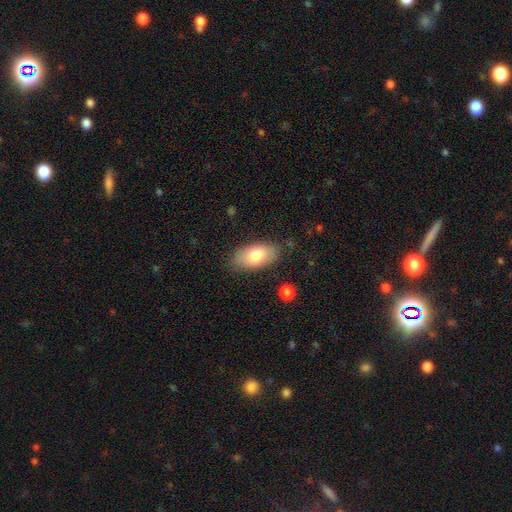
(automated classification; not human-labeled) A smooth galaxy with no disk features (76%) that is in between round and cigar-shaped (93%). Merging: none (82%).